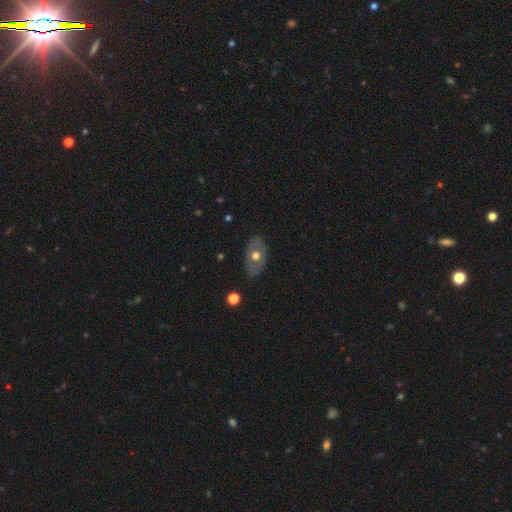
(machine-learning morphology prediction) A featured or disk galaxy (48%). Merging: none (80%).